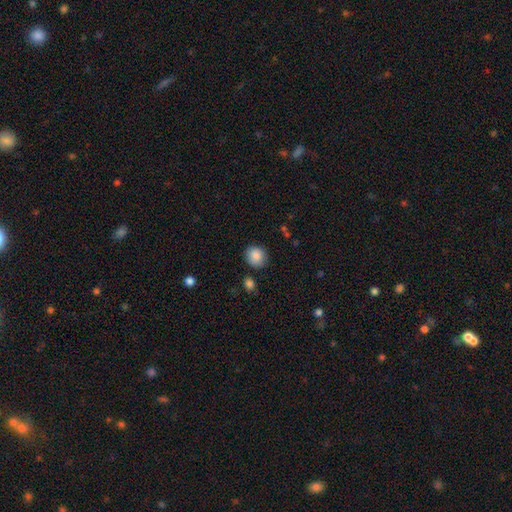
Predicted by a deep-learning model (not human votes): A smooth galaxy with no disk features (87%) that is round (80%). Merging: none (81%).